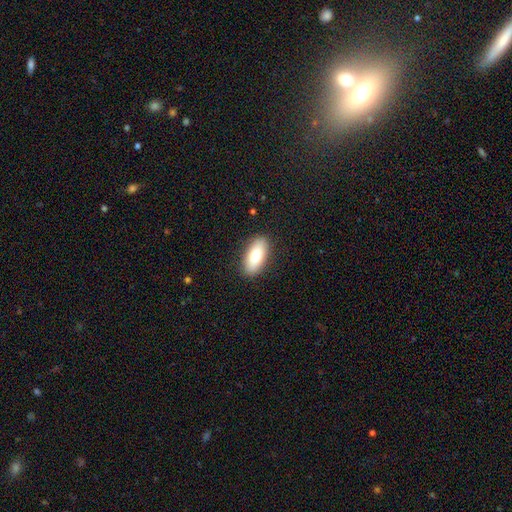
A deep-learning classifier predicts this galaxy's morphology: Overall: smooth (77%). How rounded: in between (87%). Merging: none (89%).